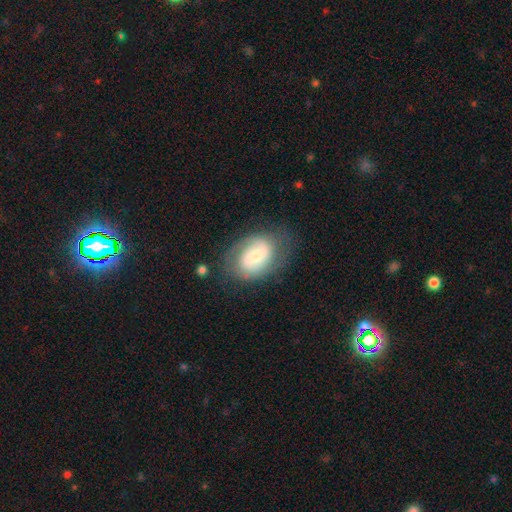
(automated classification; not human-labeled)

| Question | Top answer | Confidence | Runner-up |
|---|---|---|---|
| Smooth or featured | featured or disk | 51% | smooth (41%) |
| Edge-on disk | no | 96% | yes (4%) |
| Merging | none | 64% | minor disturbance (22%) |